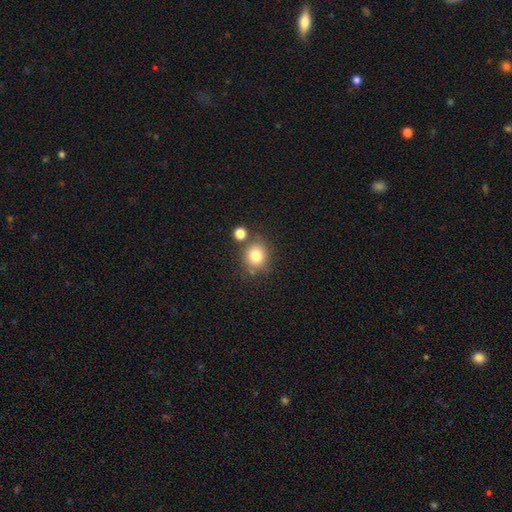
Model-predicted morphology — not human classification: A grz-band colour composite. It shows a smooth galaxy with no disk features (80%) that is round (85%). Merging: none (71%).